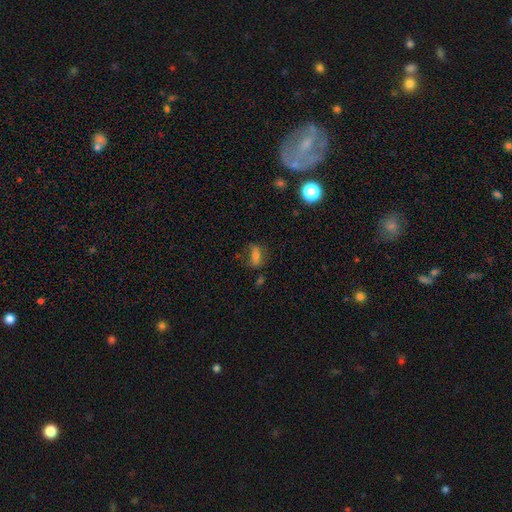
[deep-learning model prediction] Smooth or featured? Predicted: smooth (p=0.61). How rounded? Predicted: in between (p=0.71). Merging? Predicted: none (p=0.51).